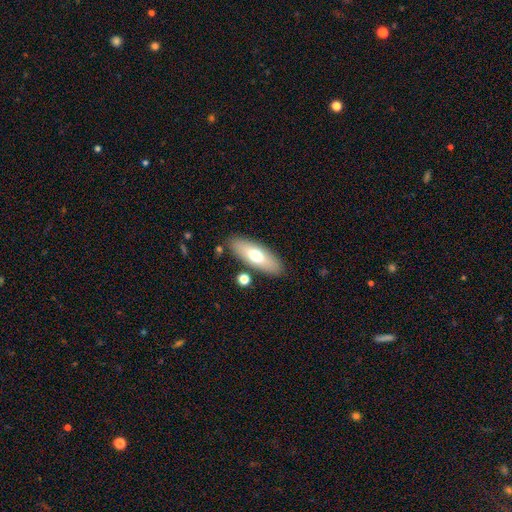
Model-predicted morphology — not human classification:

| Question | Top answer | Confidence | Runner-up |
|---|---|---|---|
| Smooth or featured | smooth | 65% | featured or disk (28%) |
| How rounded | in between | 65% | cigar-shaped (33%) |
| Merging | none | 85% | minor disturbance (10%) |